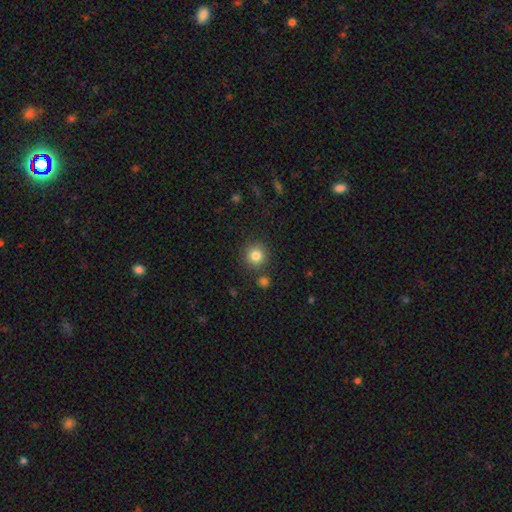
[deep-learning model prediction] Overall: smooth (83%). How rounded: round (94%). Merging: none (85%).